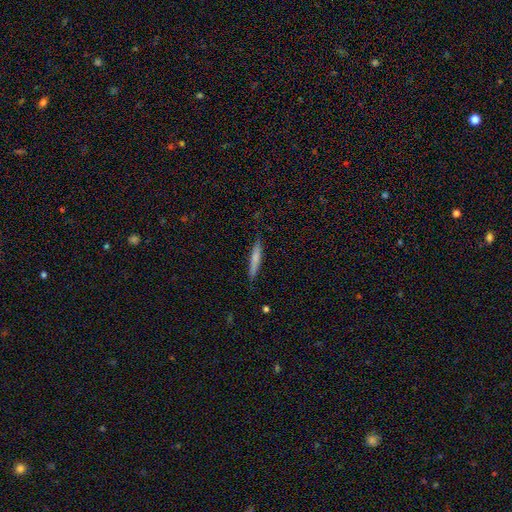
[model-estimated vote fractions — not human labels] smooth 58%, featured or disk 35%, star or artifact 7%. Down the decision tree: how rounded — cigar-shaped (94%); merging — none (86%).